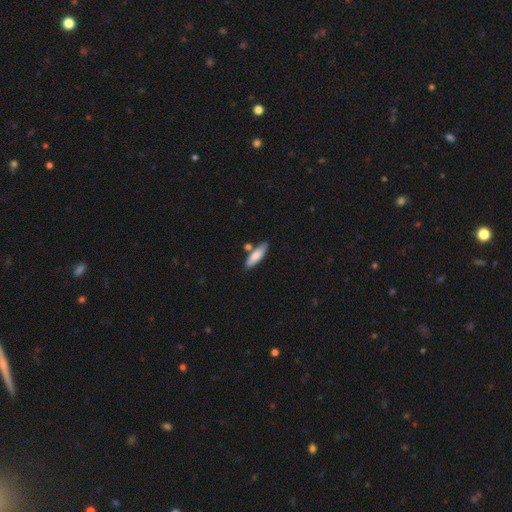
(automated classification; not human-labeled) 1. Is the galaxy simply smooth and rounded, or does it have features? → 80% smooth, 14% featured or disk, 6% star or artifact.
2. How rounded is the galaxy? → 54% cigar-shaped, 44% in between, 2% round.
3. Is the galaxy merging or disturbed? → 73% none, 13% minor disturbance, 11% merger, 3% major disturbance.